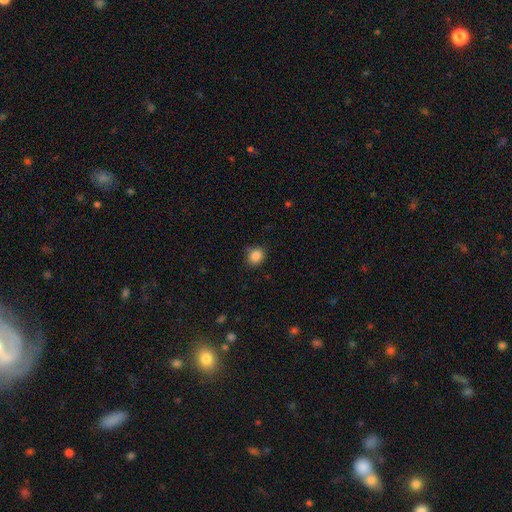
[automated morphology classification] smooth-or-featured: smooth: 86% | star or artifact: 10% | featured or disk: 4%
  how-rounded: round: 73% | in between: 26% | cigar-shaped: 1%
  merging: none: 80% | minor disturbance: 16% | major disturbance: 3% | merger: 1%